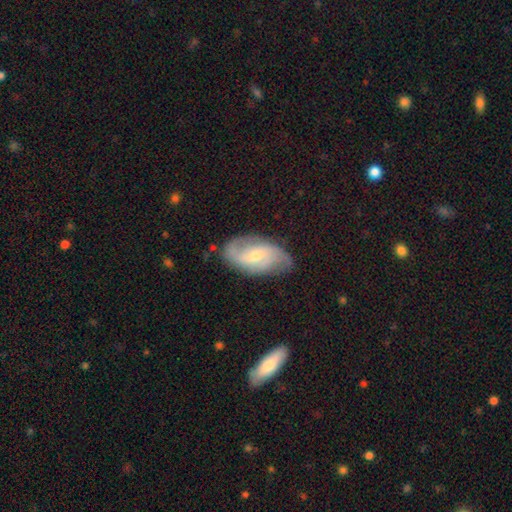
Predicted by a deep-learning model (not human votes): This is likely a featured or disk galaxy (78%). It is clearly not viewed edge-on (95%). Bar: marginally no (44%, tied with weak). Spiral arm pattern: clearly yes (94%). Spiral arm count: likely 2 (64%). Spiral winding: marginally medium (45%). Central bulge: possibly small (57%). Merging: likely none (72%).